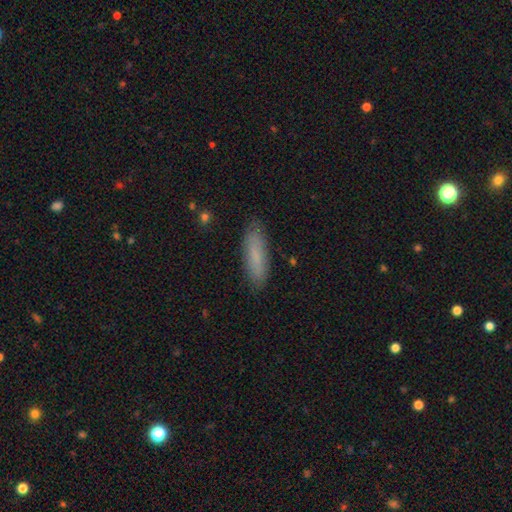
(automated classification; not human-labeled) smooth_or_featured: smooth (p=0.79) [alt: featured or disk p=0.14]
how_rounded: cigar-shaped (p=0.64) [alt: in between p=0.34]
merging: none (p=0.86) [alt: minor disturbance p=0.11]